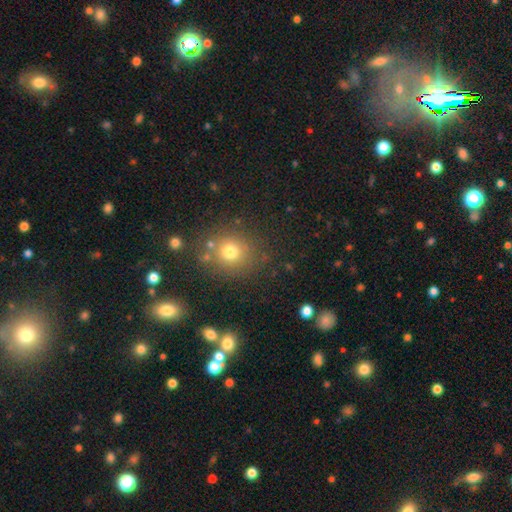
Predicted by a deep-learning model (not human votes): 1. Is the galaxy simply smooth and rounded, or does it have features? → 61% smooth, 29% star or artifact, 10% featured or disk.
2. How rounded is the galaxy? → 82% round, 17% in between, 1% cigar-shaped.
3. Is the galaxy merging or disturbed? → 80% none, 9% minor disturbance, 7% merger, 4% major disturbance.